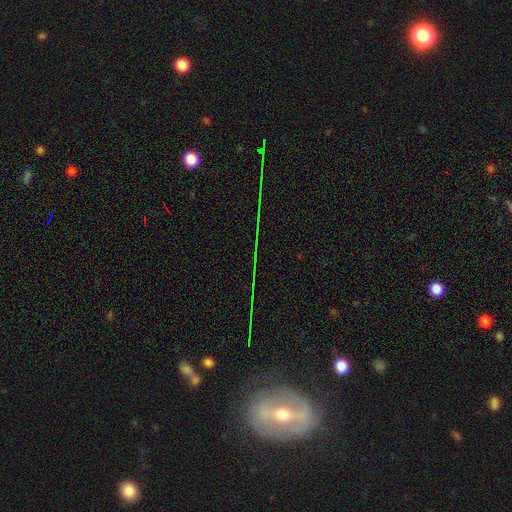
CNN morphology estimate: smooth_or_featured: star or artifact (p=0.47) [alt: featured or disk p=0.34]